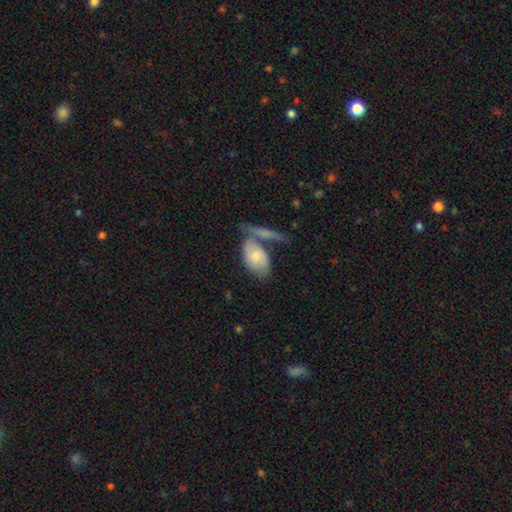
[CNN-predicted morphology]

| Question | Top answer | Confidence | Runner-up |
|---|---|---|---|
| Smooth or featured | smooth | 60% | featured or disk (35%) |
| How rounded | in between | 89% | round (7%) |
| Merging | merger | 39% | none (34%) |